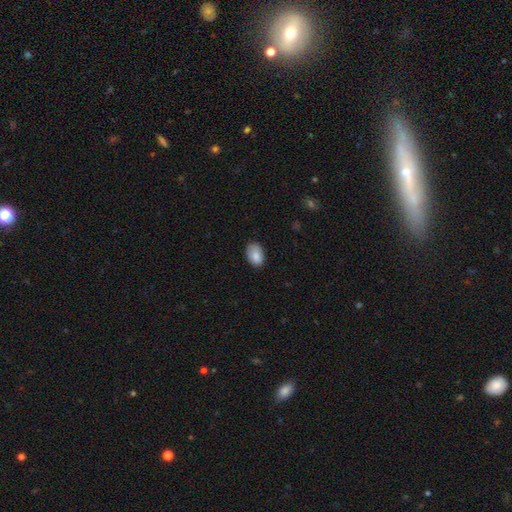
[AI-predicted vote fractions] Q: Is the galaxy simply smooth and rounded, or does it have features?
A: smooth — 85%.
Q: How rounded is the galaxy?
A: in between — 89%.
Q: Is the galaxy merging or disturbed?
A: none — 75%.